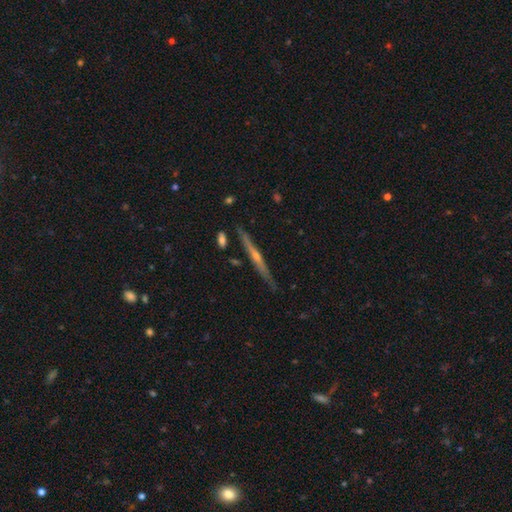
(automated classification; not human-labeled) Morphology: type=featured or disk (76%); edge-on=yes (98%); edge-on bulge=rounded (71%); merging=none (86%).